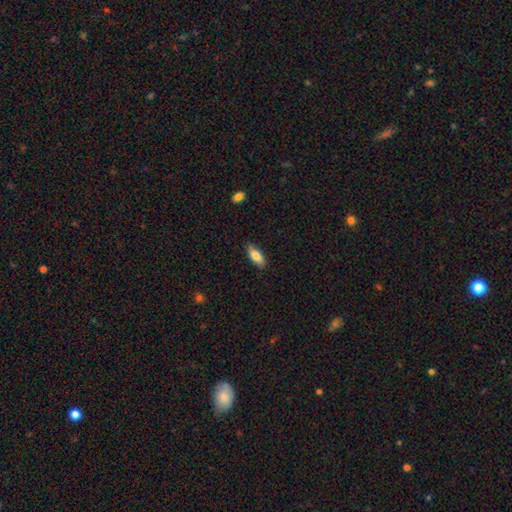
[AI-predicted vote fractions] Smooth or featured? smooth (77%)
How rounded? in between (75%)
Merging? none (85%)